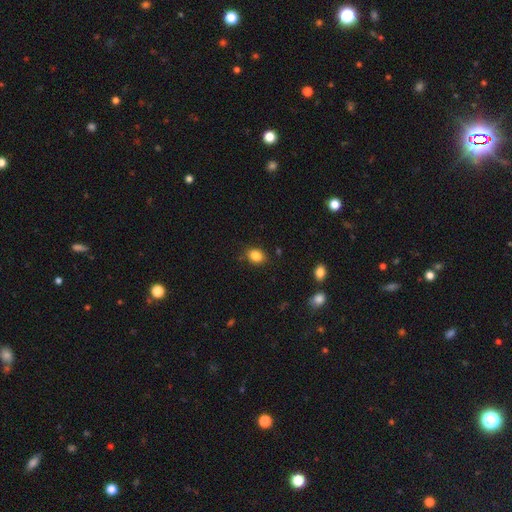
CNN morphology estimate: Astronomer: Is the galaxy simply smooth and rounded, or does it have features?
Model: smooth — 85%.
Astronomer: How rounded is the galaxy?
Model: in between — 56% (runner-up: round, 43%).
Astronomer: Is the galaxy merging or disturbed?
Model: none — 84%.